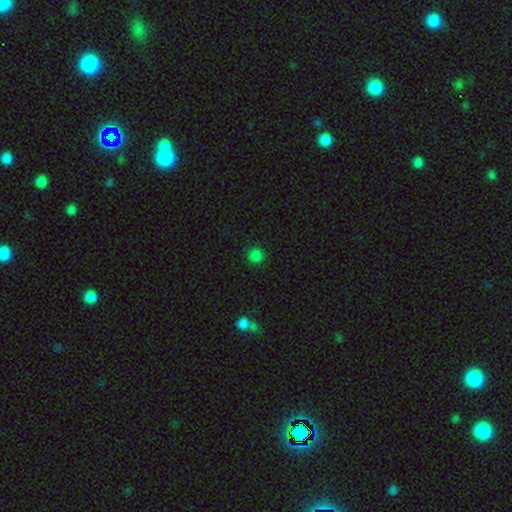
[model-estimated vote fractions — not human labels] smooth-or-featured: smooth: 83% | star or artifact: 14% | featured or disk: 3%
  how-rounded: round: 93% | in between: 6% | cigar-shaped: 1%
  merging: none: 90% | minor disturbance: 6% | major disturbance: 2% | merger: 2%